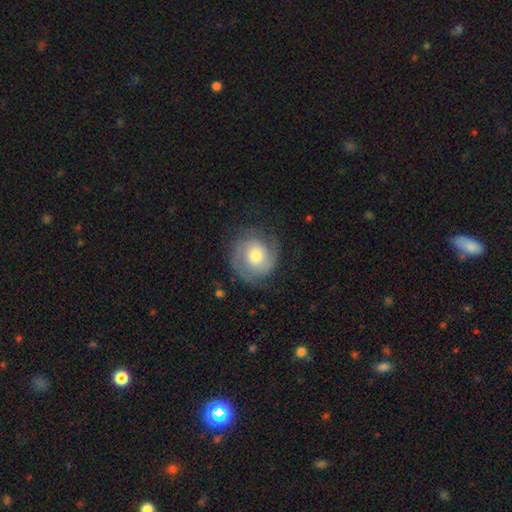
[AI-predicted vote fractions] Overall: featured or disk (72%). Edge-on disk: no (98%). Bar: no (74%). Spiral arms: yes (93%). Spiral arm count: 2 (72%). Spiral winding: tight (55%; medium 35%). Bulge size: moderate (61%). Merging: none (76%).